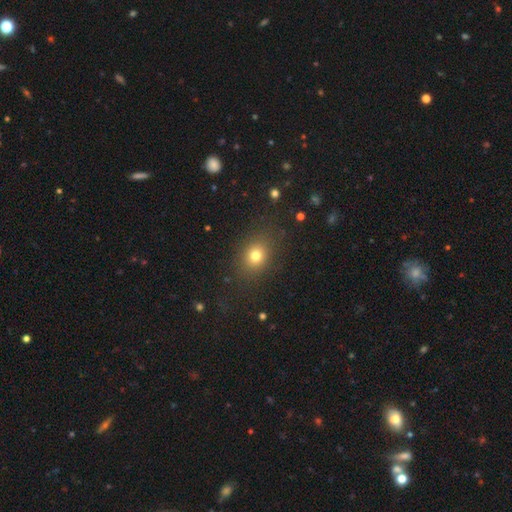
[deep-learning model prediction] smooth_or_featured: smooth (p=0.76) [alt: star or artifact p=0.15]
how_rounded: round (p=0.55) [alt: in between p=0.43]
merging: none (p=0.83) [alt: minor disturbance p=0.10]